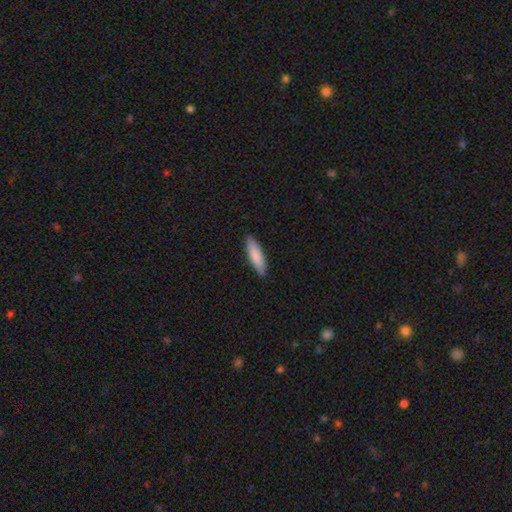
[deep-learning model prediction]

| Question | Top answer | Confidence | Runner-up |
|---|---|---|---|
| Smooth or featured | smooth | 86% | featured or disk (9%) |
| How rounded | cigar-shaped | 65% | in between (33%) |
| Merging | none | 89% | minor disturbance (8%) |